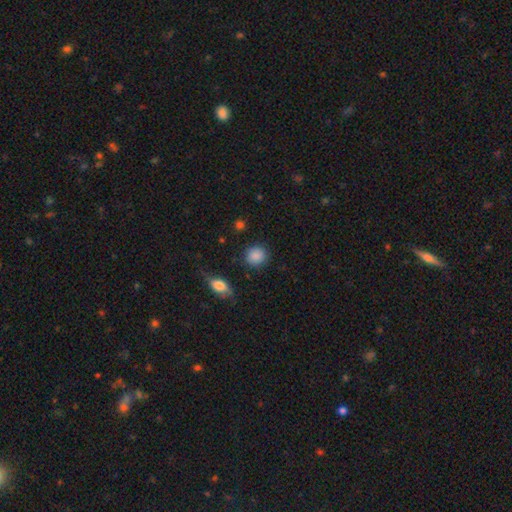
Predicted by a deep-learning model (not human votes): Overall: smooth (86%). How rounded: round (85%). Merging: none (87%).